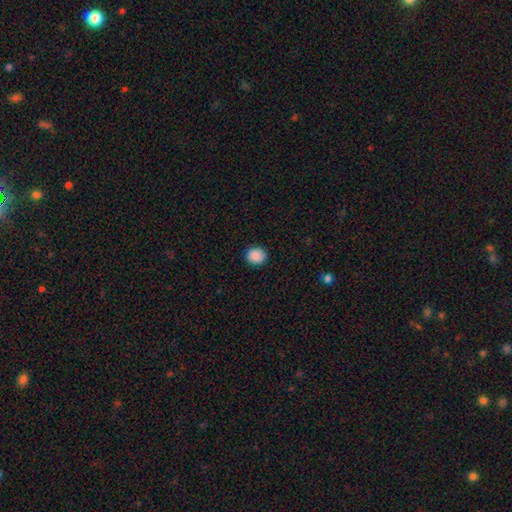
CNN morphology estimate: A smooth galaxy with no disk features (89%) that is round (86%). Merging: none (90%).